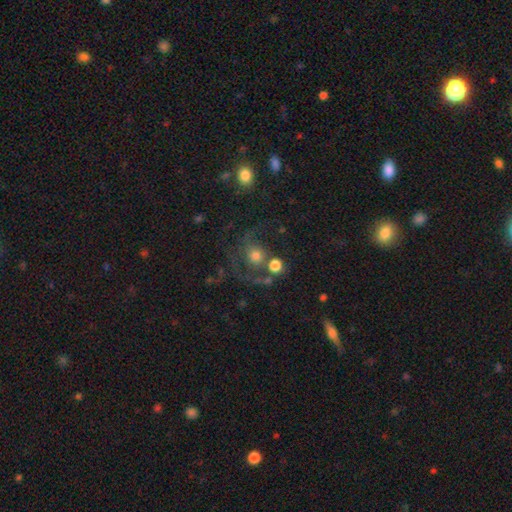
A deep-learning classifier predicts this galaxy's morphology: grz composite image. It shows a smooth galaxy with no disk features (45%). Merging: none (48%).